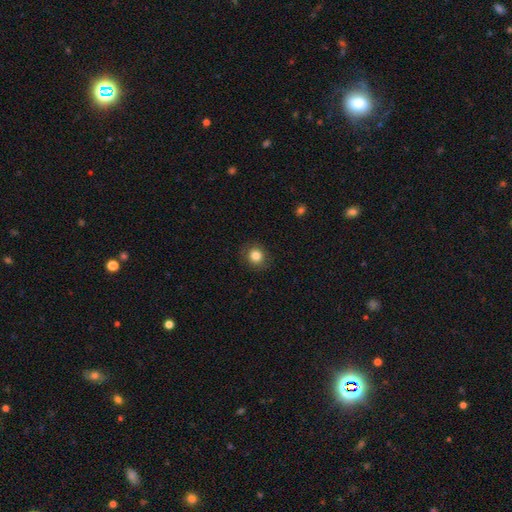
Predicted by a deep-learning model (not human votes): Morphology: type=smooth (83%); roundness=round (84%); merging=none (87%).